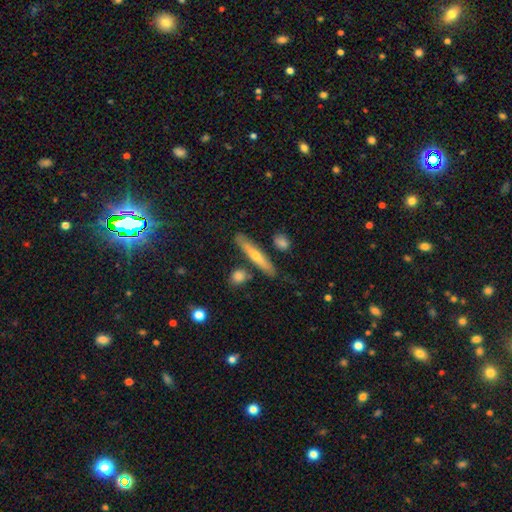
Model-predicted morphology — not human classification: Overall: smooth (47%, tied with featured or disk). Merging: none (81%).